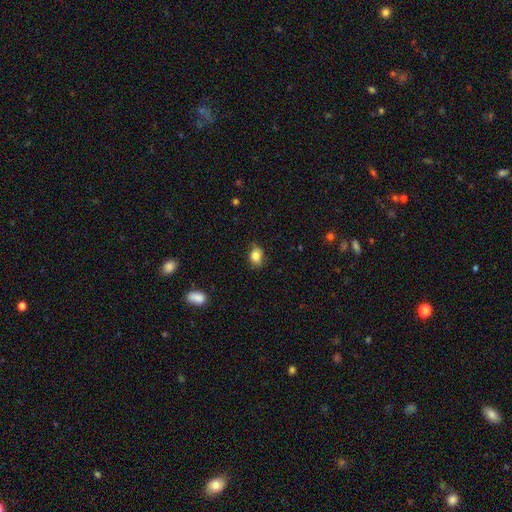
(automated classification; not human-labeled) Smooth or featured?
  - smooth: 84% *
  - star or artifact: 9%
  - featured or disk: 7%
How rounded?
  - in between: 66% *
  - round: 33%
  - cigar-shaped: 1%
Merging?
  - none: 78% *
  - minor disturbance: 18%
  - major disturbance: 3%
  - merger: 1%